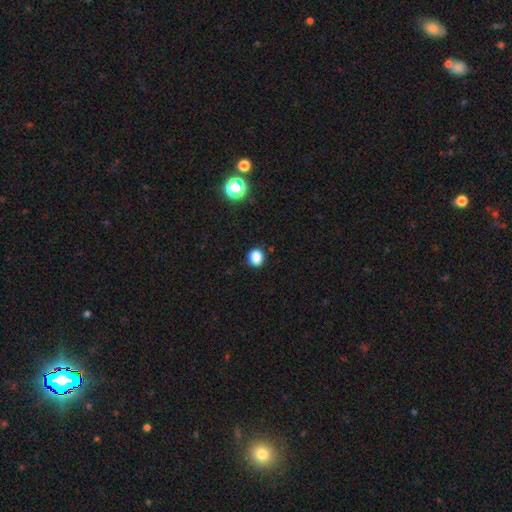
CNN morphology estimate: A smooth galaxy with no disk features (84%) that is round (77%). Merging: none (86%).